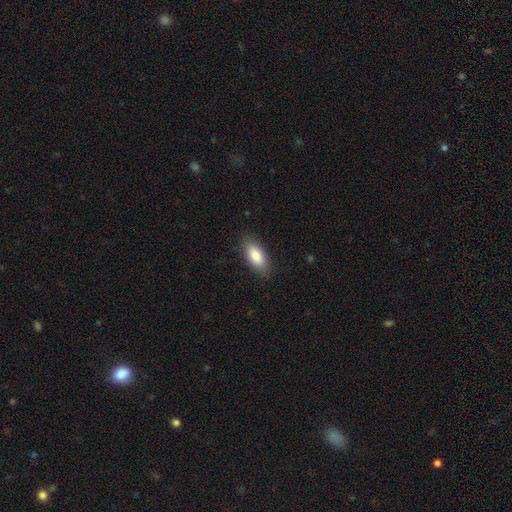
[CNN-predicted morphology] smooth 84%, featured or disk 9%, star or artifact 6%. Down the decision tree: how rounded — in between (87%); merging — none (86%).